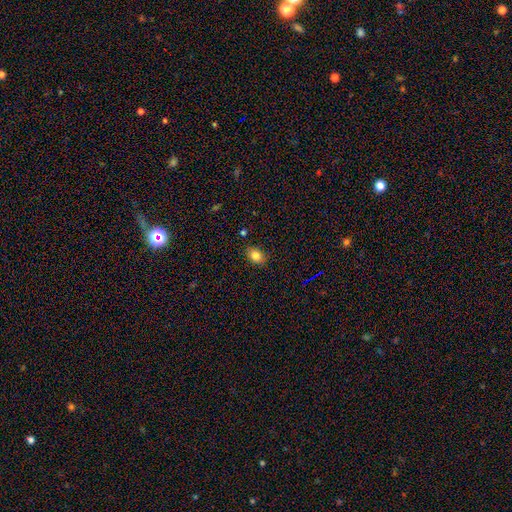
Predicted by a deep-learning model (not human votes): Smooth or featured? Predicted: smooth (p=0.82). How rounded? Predicted: in between (p=0.75). Merging? Predicted: none (p=0.85).